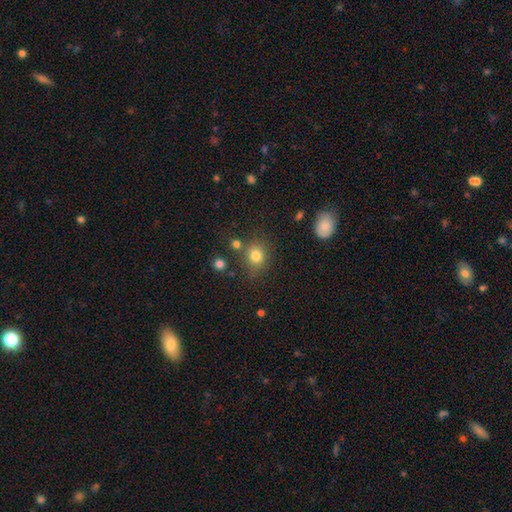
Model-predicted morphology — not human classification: Overall: smooth (79%). How rounded: round (73%). Merging: none (71%).